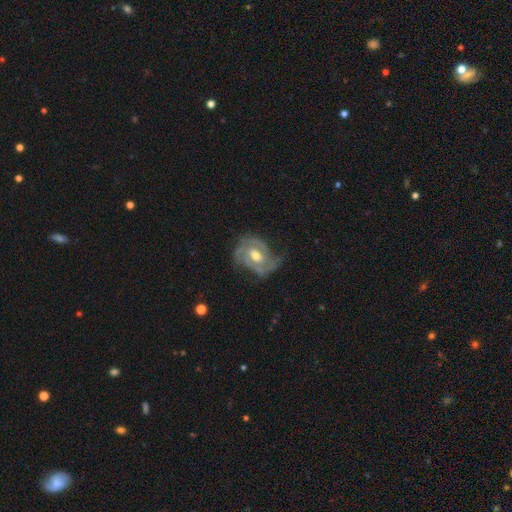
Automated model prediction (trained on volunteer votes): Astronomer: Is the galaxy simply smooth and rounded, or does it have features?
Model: featured or disk — 87%.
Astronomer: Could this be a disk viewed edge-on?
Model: no — 97%.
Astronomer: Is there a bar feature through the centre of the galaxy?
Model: weak — 46% (runner-up: no, 37%).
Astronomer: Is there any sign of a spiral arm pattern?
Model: yes — 95%.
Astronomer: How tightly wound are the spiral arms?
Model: tight — 50% (runner-up: medium, 40%).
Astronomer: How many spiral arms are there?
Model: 2 — 50% (runner-up: 3, 25%).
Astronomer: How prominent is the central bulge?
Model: moderate — 75%.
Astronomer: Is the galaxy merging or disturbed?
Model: none — 62%.